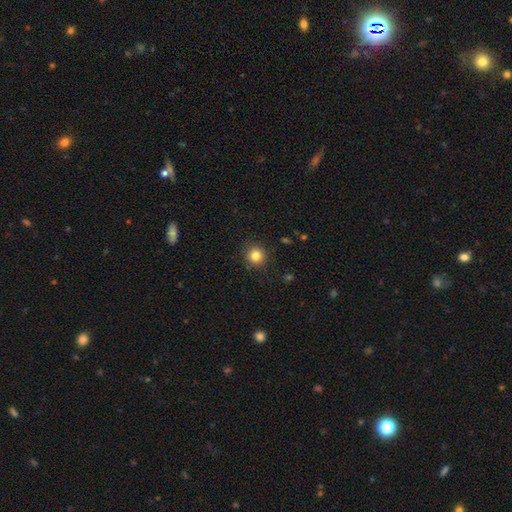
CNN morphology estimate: A smooth galaxy with no disk features (84%) that is round (93%).

Vote fractions:
- Smooth or featured? smooth: 84% / star or artifact: 11% / featured or disk: 5%
- How rounded? round: 93% / in between: 6% / cigar-shaped: 1%
- Merging? none: 90% / minor disturbance: 7% / major disturbance: 2% / merger: 1%